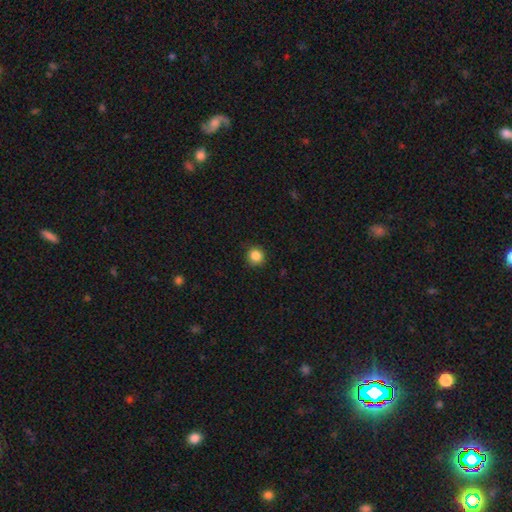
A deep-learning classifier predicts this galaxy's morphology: This is clearly a smooth galaxy (86%). How rounded: clearly round (91%). Merging: clearly none (90%).